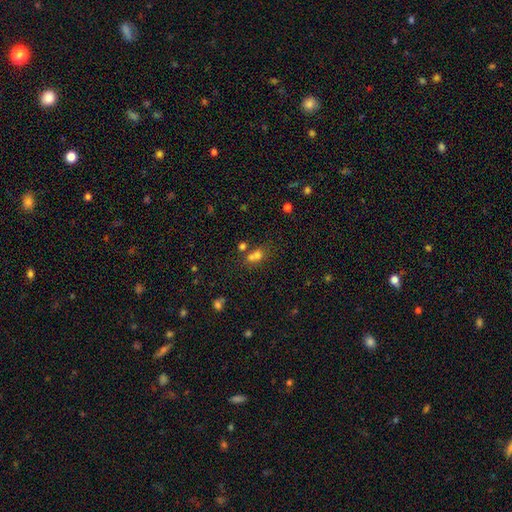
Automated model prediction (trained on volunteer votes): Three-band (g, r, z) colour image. It shows a smooth galaxy with no disk features (65%) that is round (60%). Merging: merger (47%).